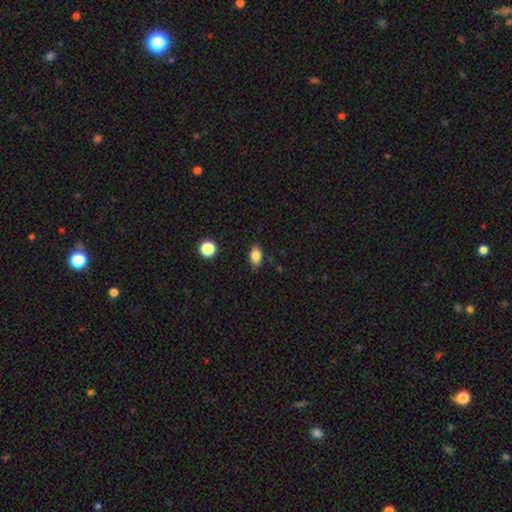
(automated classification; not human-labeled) The model was most divided on "merging": none: 81%, minor disturbance: 14%, major disturbance: 3%, merger: 2%. More confident: how rounded — in between (83%); smooth or featured — smooth (82%).